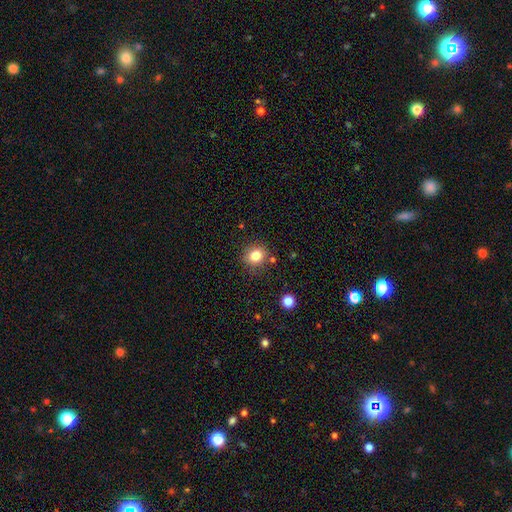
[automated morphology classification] type=smooth (81%); roundness=round (82%); merging=none (83%).